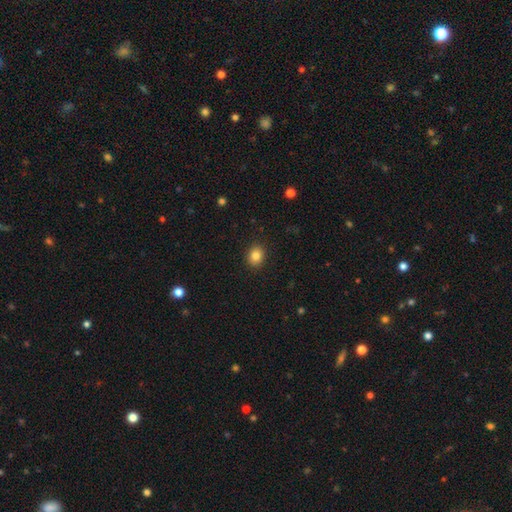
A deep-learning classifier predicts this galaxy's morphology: type=smooth (84%); roundness=round (58%); merging=none (90%).